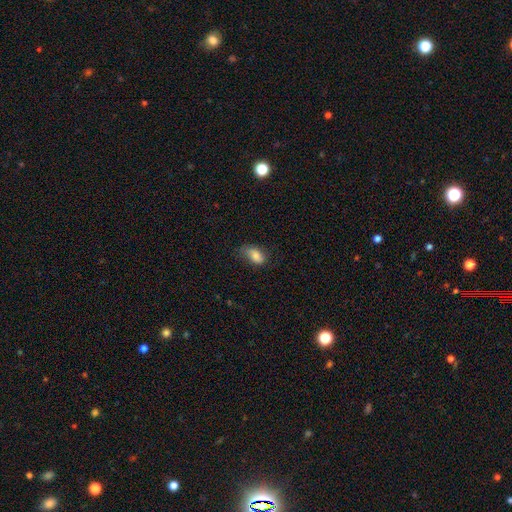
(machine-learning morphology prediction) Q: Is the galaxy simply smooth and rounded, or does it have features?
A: smooth — 82%.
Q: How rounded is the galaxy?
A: in between — 90%.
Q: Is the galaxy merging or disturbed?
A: none — 54%.